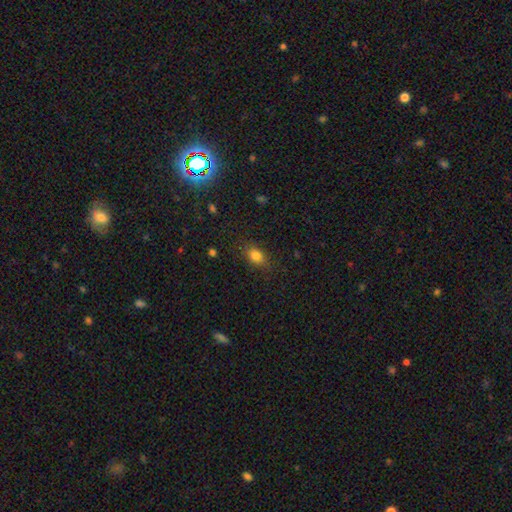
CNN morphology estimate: The model was most divided on "how rounded": in between: 75%, round: 22%, cigar-shaped: 3%. More confident: merging — none (83%); smooth or featured — smooth (81%).